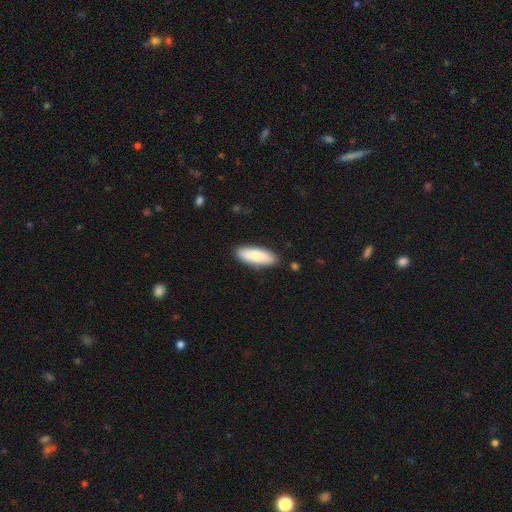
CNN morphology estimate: Q: Smooth or featured?
A: smooth (81%); runner-up: featured or disk (13%)
Q: How rounded?
A: in between (68%); runner-up: cigar-shaped (31%)
Q: Merging?
A: none (85%); runner-up: minor disturbance (11%)